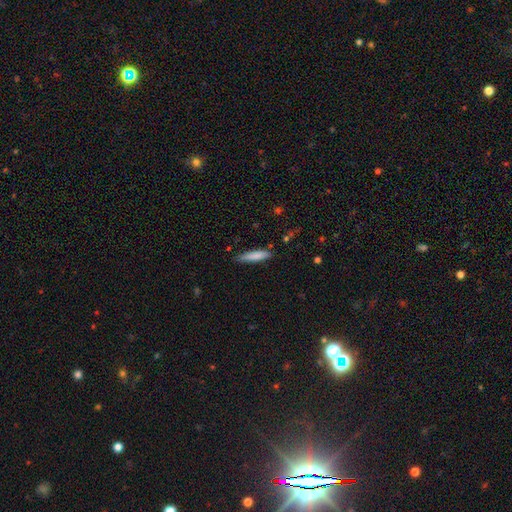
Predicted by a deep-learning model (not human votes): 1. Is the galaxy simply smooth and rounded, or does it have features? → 81% smooth, 13% featured or disk, 6% star or artifact.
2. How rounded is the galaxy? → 83% cigar-shaped, 15% in between, 1% round.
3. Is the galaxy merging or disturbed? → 79% none, 17% minor disturbance, 3% major disturbance, 2% merger.